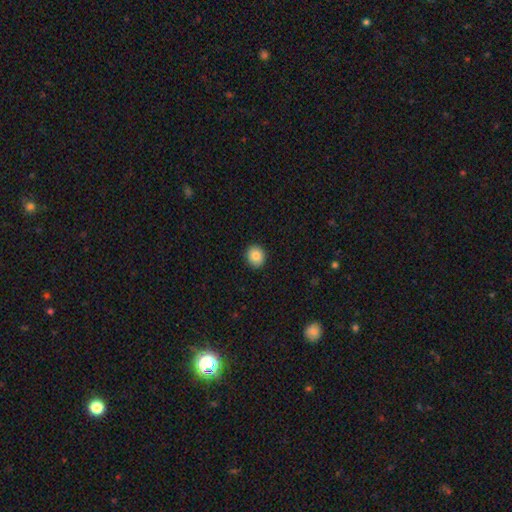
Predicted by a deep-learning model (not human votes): Q: Smooth or featured?
A: smooth (86%); runner-up: star or artifact (9%)
Q: How rounded?
A: round (81%); runner-up: in between (18%)
Q: Merging?
A: none (92%); runner-up: minor disturbance (6%)